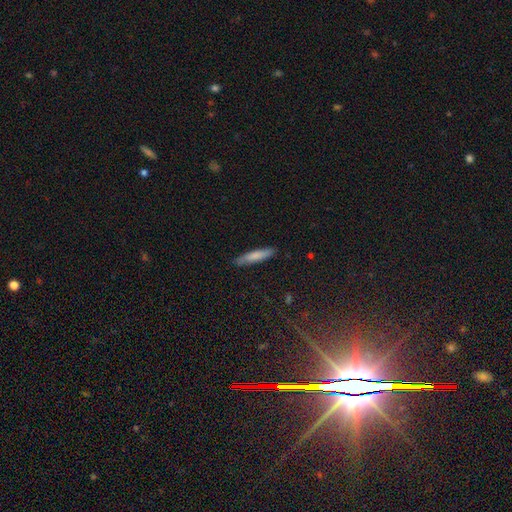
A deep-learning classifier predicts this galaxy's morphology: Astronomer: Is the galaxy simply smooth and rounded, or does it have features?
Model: smooth — 75%.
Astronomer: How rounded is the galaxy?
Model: cigar-shaped — 87%.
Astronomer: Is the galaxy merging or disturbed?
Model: none — 86%.